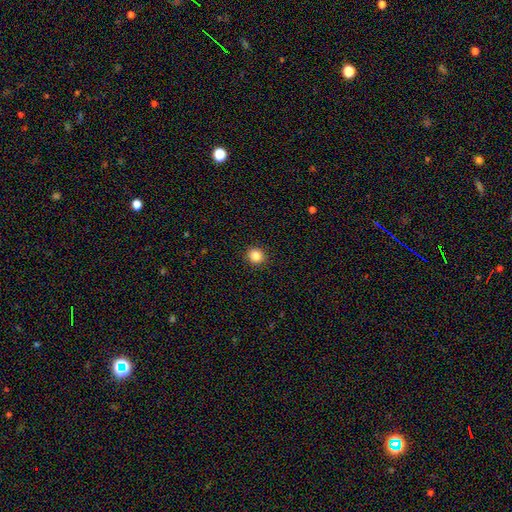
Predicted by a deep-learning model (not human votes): smooth-or-featured: smooth: 85% | star or artifact: 11% | featured or disk: 4%
  how-rounded: round: 87% | in between: 12% | cigar-shaped: 1%
  merging: none: 92% | minor disturbance: 5% | major disturbance: 2% | merger: 1%